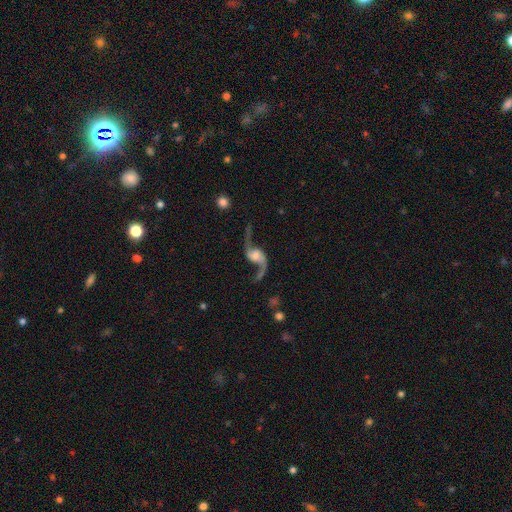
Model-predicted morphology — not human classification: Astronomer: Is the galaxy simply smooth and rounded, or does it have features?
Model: featured or disk — 90%.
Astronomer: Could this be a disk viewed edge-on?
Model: no — 96%.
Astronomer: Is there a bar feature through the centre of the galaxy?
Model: no — 55% (runner-up: weak, 32%).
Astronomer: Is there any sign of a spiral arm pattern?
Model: yes — 97%.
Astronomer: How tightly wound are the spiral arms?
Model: loose — 92%.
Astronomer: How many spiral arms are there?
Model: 2 — 94%.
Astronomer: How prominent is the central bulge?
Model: moderate — 37% (runner-up: small, 24%).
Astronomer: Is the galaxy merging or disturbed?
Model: none — 69%.